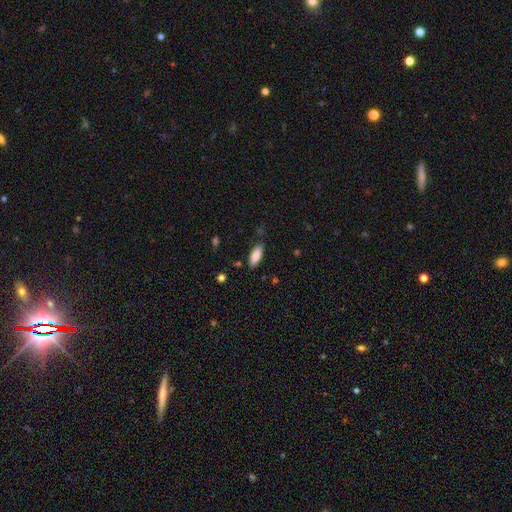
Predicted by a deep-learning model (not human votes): The model was most divided on "how rounded": in between: 76%, cigar-shaped: 22%, round: 2%. More confident: smooth or featured — smooth (85%); merging — none (82%).